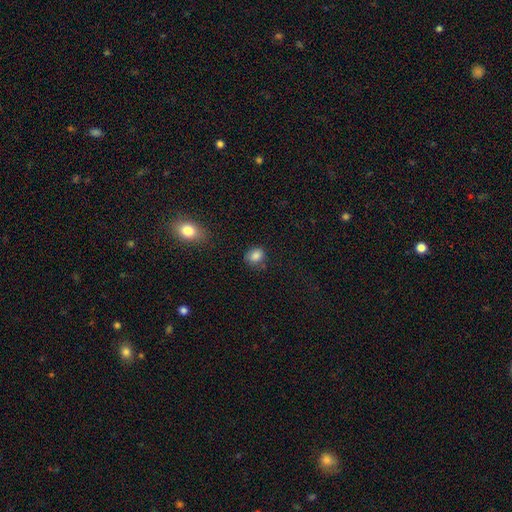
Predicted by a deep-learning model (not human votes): Smooth or featured? Predicted: smooth (p=0.84). How rounded? Predicted: round (p=0.57). Merging? Predicted: none (p=0.76).